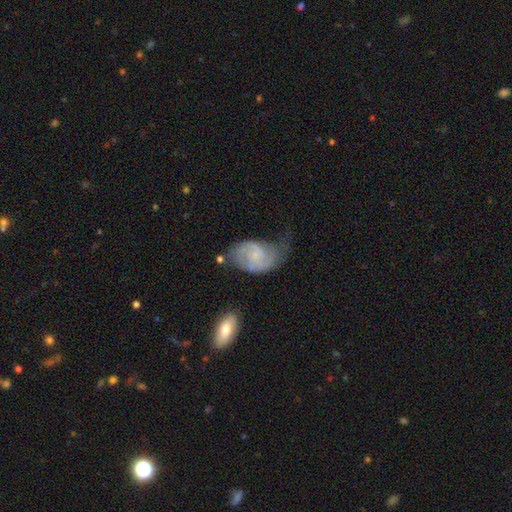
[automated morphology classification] Smooth or featured?
  - featured or disk: 71% *
  - smooth: 22%
  - star or artifact: 7%
Edge-on disk?
  - no: 97% *
  - yes: 3%
Bar?
  - no: 61% *
  - weak: 34%
  - strong: 5%
Spiral arms?
  - yes: 91% *
  - no: 9%
Spiral winding?
  - medium: 42% *
  - tight: 37%
  - loose: 21%
Spiral arm count?
  - 2: 63% *
  - can't tell: 16%
  - 1: 11%
  - 3: 5%
  - 4: 2%
  - more than 4: 2%
Bulge size?
  - small: 63% *
  - none: 19%
  - moderate: 15%
  - large: 2%
  - dominant: 1%
Merging?
  - none: 34% *
  - minor disturbance: 31%
  - major disturbance: 29%
  - merger: 5%